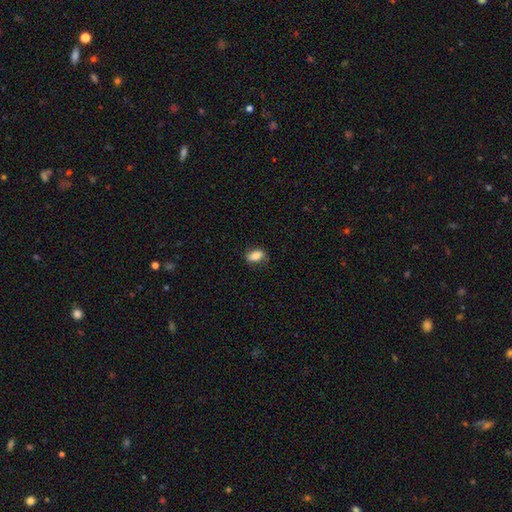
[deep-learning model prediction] Q: Smooth or featured?
A: smooth (82%); runner-up: featured or disk (10%)
Q: How rounded?
A: in between (86%); runner-up: round (9%)
Q: Merging?
A: none (75%); runner-up: minor disturbance (20%)